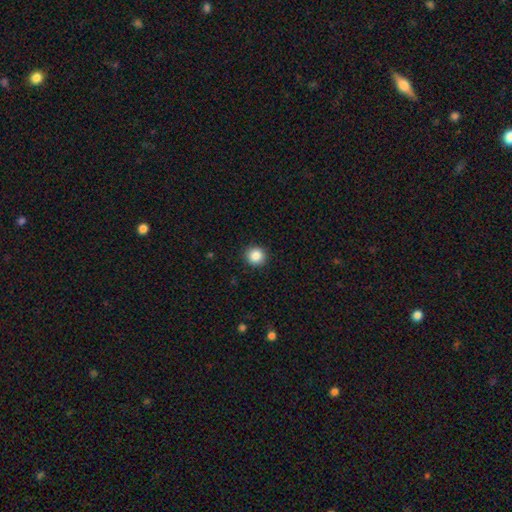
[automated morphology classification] Smooth or featured? smooth (87%)
How rounded? round (93%)
Merging? none (92%)